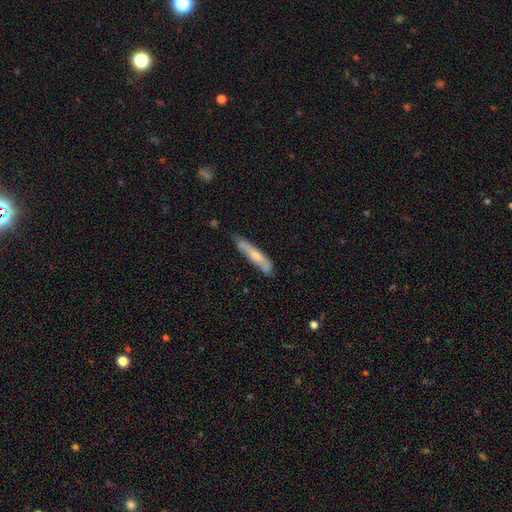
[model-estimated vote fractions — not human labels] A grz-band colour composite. It shows a smooth galaxy with no disk features (57%) that is cigar-shaped (88%). Merging: none (70%).